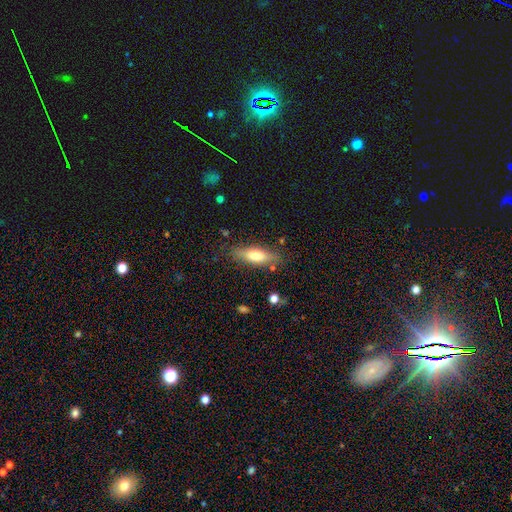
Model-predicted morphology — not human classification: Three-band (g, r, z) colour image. It shows a smooth galaxy with no disk features (64%) that is in between round and cigar-shaped (52%). Merging: none (80%).